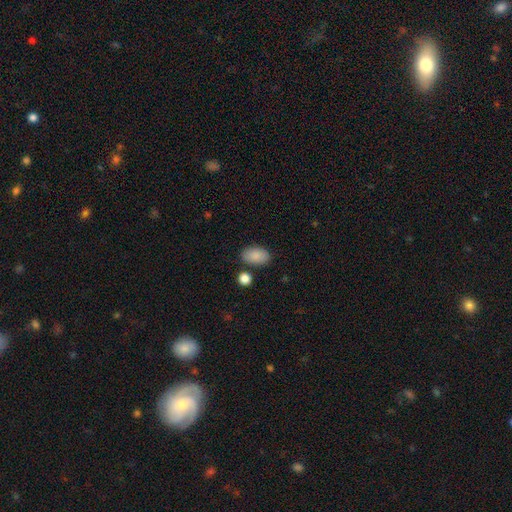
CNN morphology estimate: Overall: smooth (88%). How rounded: in between (92%). Merging: none (80%).